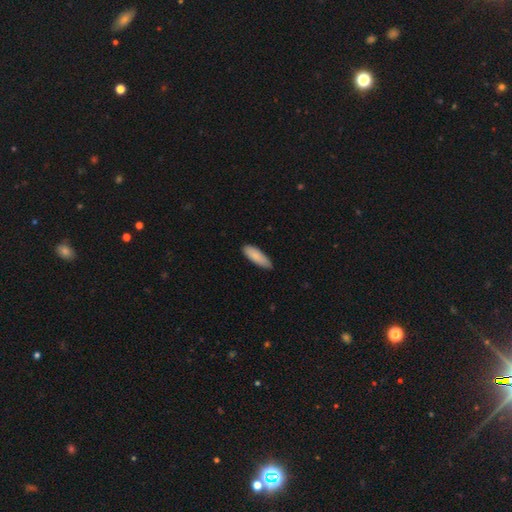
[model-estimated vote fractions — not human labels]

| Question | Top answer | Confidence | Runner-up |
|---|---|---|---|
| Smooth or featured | smooth | 87% | featured or disk (7%) |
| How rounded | in between | 60% | cigar-shaped (39%) |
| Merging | none | 82% | minor disturbance (15%) |